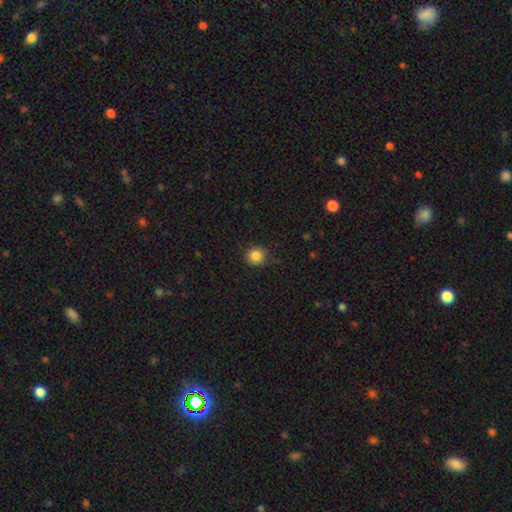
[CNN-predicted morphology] Q: Smooth or featured?
A: smooth (85%); runner-up: star or artifact (11%)
Q: How rounded?
A: round (93%); runner-up: in between (6%)
Q: Merging?
A: none (86%); runner-up: minor disturbance (10%)